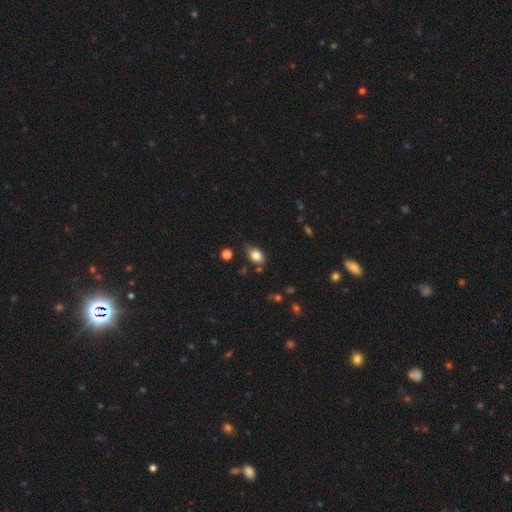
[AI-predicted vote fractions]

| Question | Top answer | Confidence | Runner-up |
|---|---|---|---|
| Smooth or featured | smooth | 81% | star or artifact (10%) |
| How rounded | in between | 80% | round (18%) |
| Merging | none | 71% | minor disturbance (22%) |